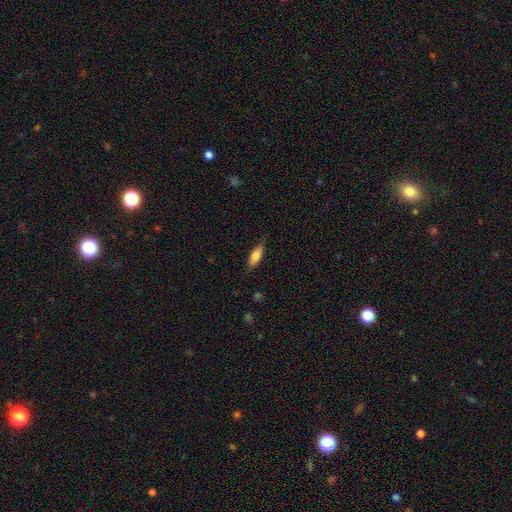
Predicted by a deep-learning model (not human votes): The model was most divided on "how rounded": in between: 62%, cigar-shaped: 36%, round: 2%. More confident: merging — none (79%); smooth or featured — smooth (78%).